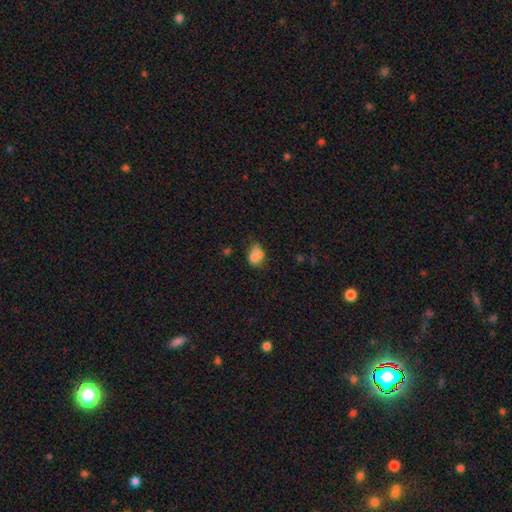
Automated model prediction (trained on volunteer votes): This is likely a smooth galaxy (68%). How rounded: likely in between (64%). Merging: possibly merger (47%).